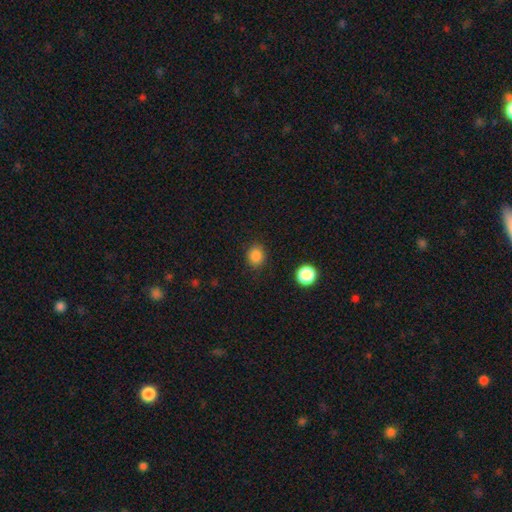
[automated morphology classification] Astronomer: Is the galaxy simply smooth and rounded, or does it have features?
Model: smooth — 85%.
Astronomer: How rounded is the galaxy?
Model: round — 77%.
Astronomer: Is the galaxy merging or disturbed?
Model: none — 86%.